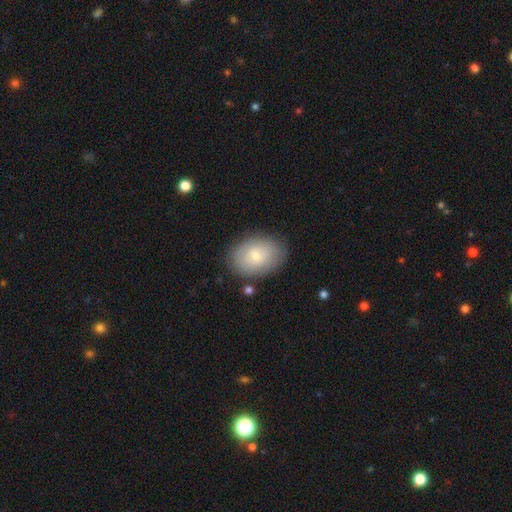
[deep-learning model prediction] Smooth or featured? smooth (69%)
How rounded? in between (79%)
Merging? none (81%)